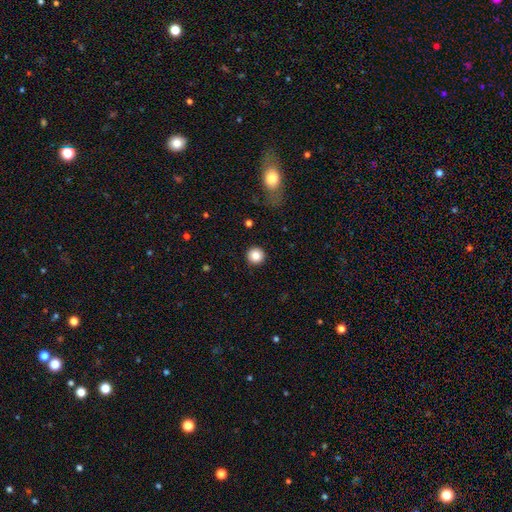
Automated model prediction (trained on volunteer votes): Overall: smooth (84%). How rounded: round (96%). Merging: none (92%).